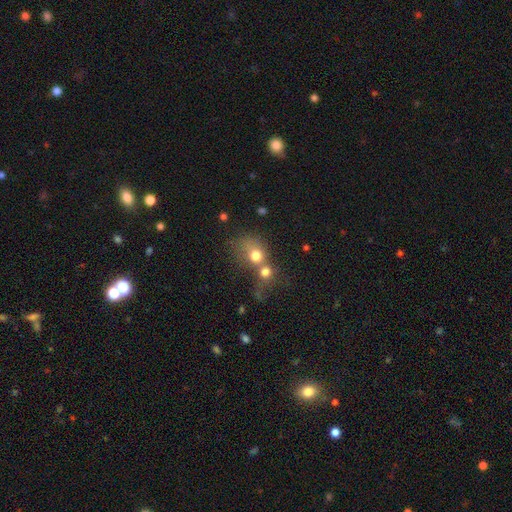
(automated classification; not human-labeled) Smooth or featured? Predicted: smooth (p=0.71). How rounded? Predicted: round (p=0.67). Merging? Predicted: merger (p=0.65).